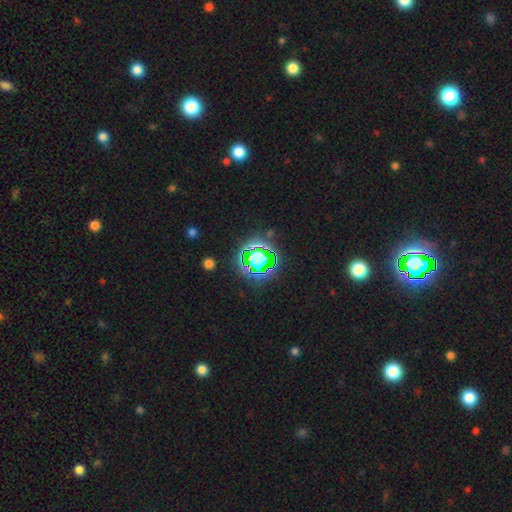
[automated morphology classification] This is likely a star or artifact rather than a galaxy (65%).